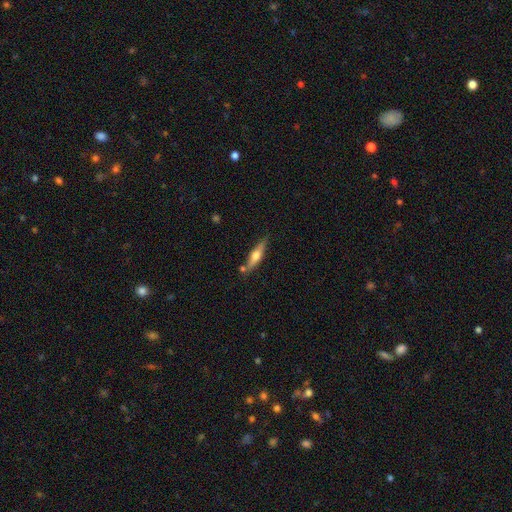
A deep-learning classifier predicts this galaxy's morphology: type=featured or disk (54%); edge-on=yes (94%); edge-on bulge=rounded (91%); merging=none (77%).